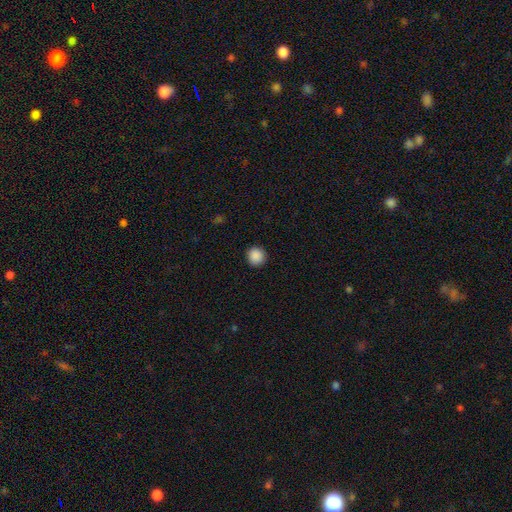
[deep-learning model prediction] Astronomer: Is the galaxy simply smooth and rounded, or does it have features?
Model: smooth — 88%.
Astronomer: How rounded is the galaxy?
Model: round — 92%.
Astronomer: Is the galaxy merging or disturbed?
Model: none — 91%.